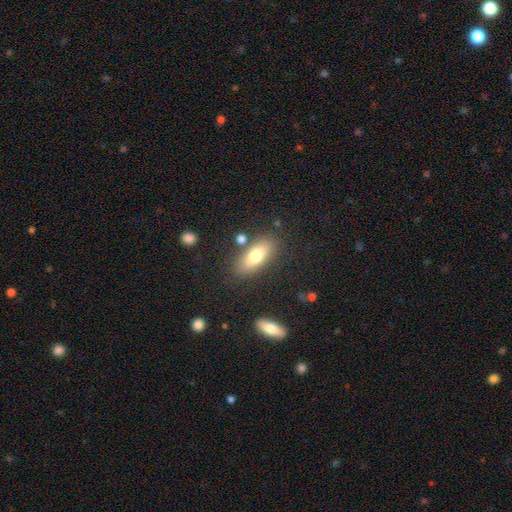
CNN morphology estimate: smooth-or-featured: smooth: 71% | featured or disk: 21% | star or artifact: 8%
  how-rounded: in between: 79% | cigar-shaped: 17% | round: 4%
  merging: none: 79% | minor disturbance: 11% | merger: 5% | major disturbance: 4%